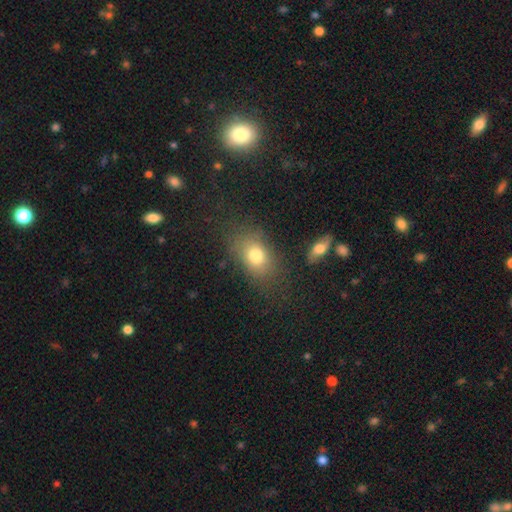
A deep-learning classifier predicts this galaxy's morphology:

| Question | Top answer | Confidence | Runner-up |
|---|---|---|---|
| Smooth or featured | smooth | 77% | featured or disk (12%) |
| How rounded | in between | 74% | round (24%) |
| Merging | none | 73% | minor disturbance (16%) |